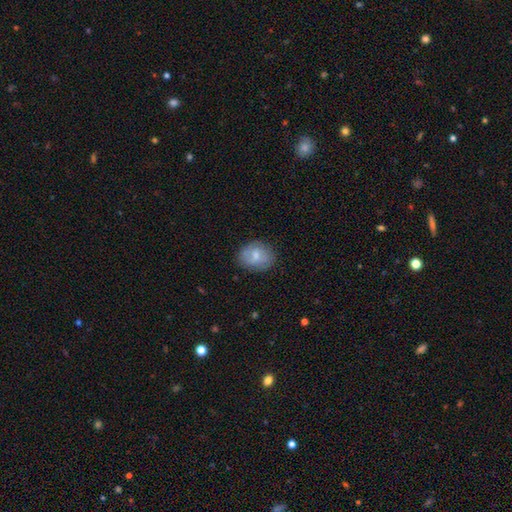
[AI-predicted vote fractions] Q: Smooth or featured?
A: smooth (60%); runner-up: featured or disk (33%)
Q: How rounded?
A: round (52%); runner-up: in between (47%)
Q: Merging?
A: none (76%); runner-up: minor disturbance (18%)